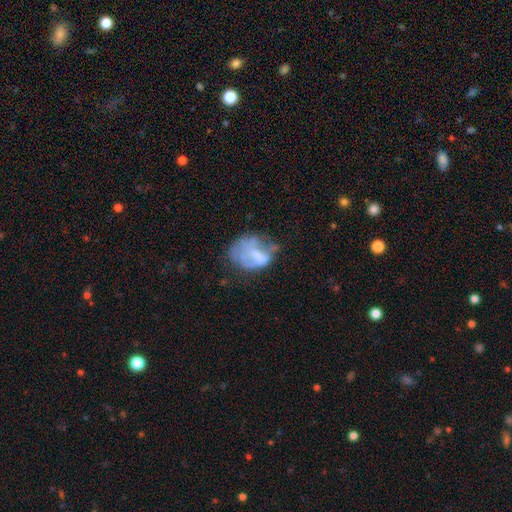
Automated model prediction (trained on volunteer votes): This appears to be a featured or disk galaxy (45%). Merging: major disturbance (36%).